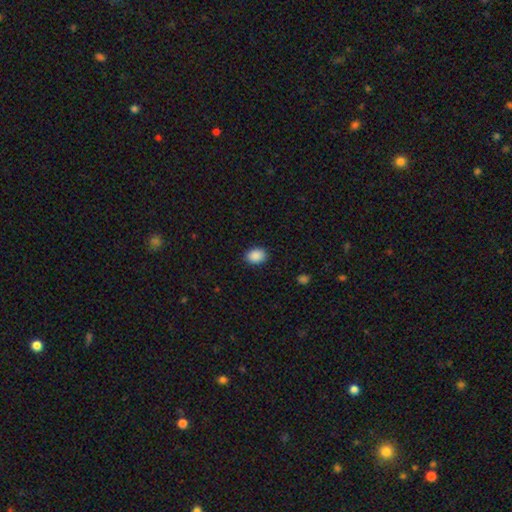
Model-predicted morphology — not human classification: Smooth or featured?
  - smooth: 90% *
  - star or artifact: 8%
  - featured or disk: 2%
How rounded?
  - in between: 65% *
  - round: 34%
  - cigar-shaped: 1%
Merging?
  - none: 89% *
  - minor disturbance: 8%
  - major disturbance: 2%
  - merger: 1%